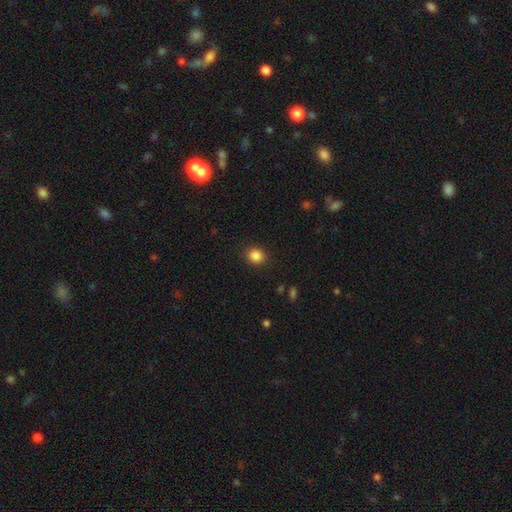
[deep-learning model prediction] Overall: smooth (87%). How rounded: round (77%). Merging: none (90%).